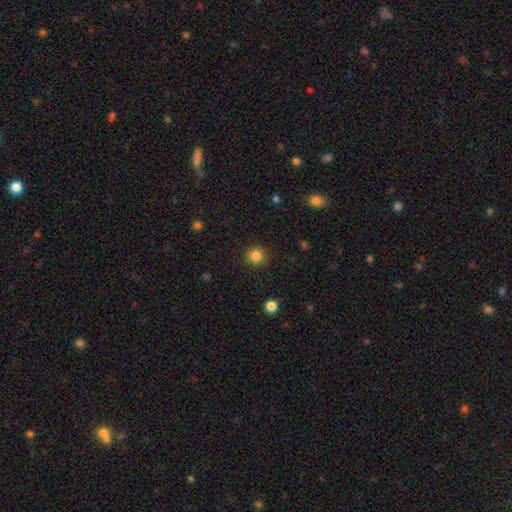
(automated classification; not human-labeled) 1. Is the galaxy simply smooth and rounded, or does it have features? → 84% smooth, 11% star or artifact, 4% featured or disk.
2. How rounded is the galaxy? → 92% round, 7% in between, 1% cigar-shaped.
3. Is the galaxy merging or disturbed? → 91% none, 6% minor disturbance, 2% major disturbance, 1% merger.